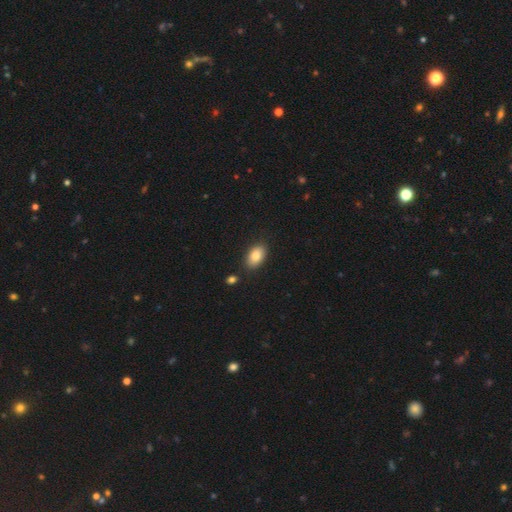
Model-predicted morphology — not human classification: This is clearly a smooth galaxy (84%). How rounded: clearly in between (91%). Merging: clearly none (84%).